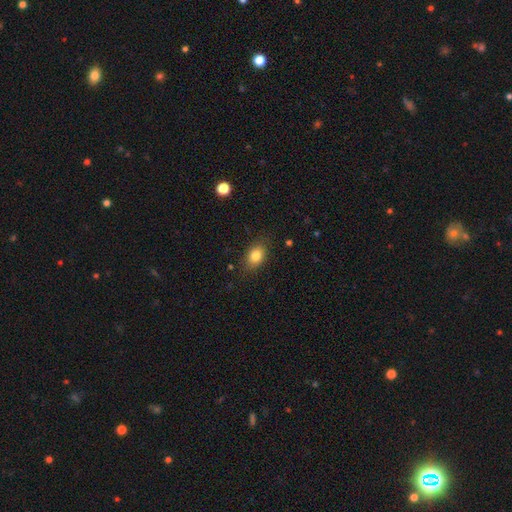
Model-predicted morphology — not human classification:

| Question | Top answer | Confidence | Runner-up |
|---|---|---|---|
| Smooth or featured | smooth | 82% | star or artifact (9%) |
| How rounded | in between | 77% | round (21%) |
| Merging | none | 83% | minor disturbance (12%) |